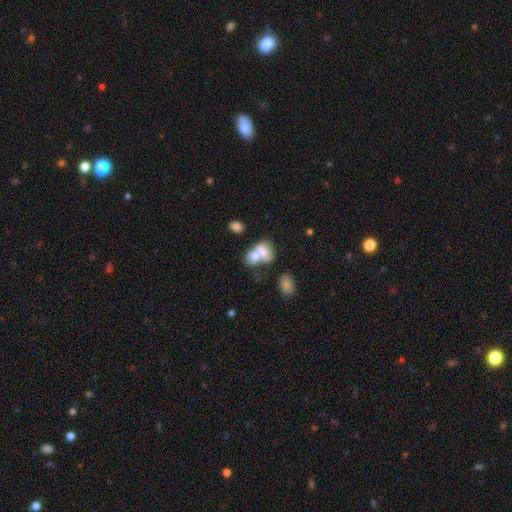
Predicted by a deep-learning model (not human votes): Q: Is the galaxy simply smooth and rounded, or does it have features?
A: smooth — 68%.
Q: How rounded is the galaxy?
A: in between — 65%.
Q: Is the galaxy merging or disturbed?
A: merger — 70%.